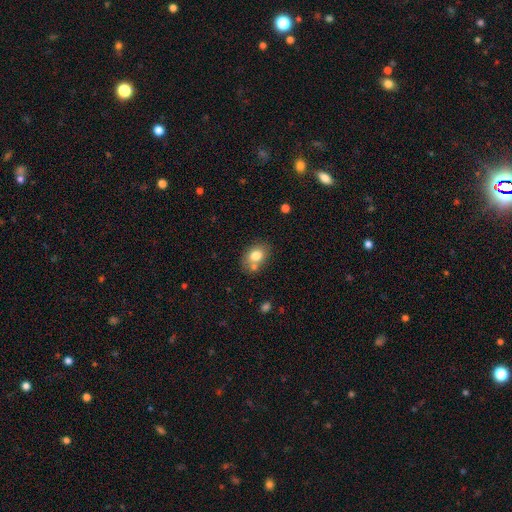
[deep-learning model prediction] smooth-or-featured: smooth: 78% | featured or disk: 13% | star or artifact: 9%
  how-rounded: in between: 66% | round: 33% | cigar-shaped: 1%
  merging: none: 59% | merger: 21% | minor disturbance: 16% | major disturbance: 4%